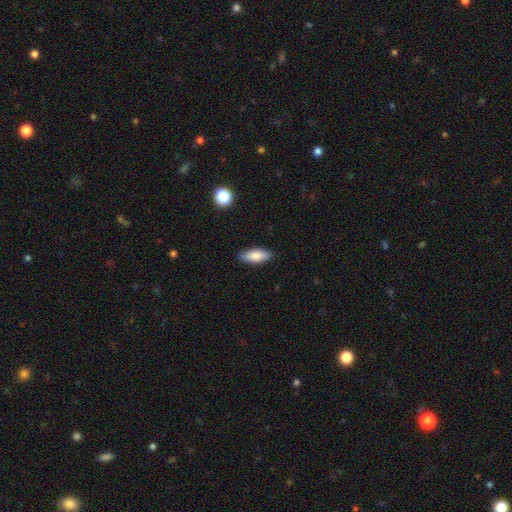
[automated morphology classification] The model was most divided on "how rounded": in between: 76%, cigar-shaped: 22%, round: 2%. More confident: merging — none (87%); smooth or featured — smooth (80%).